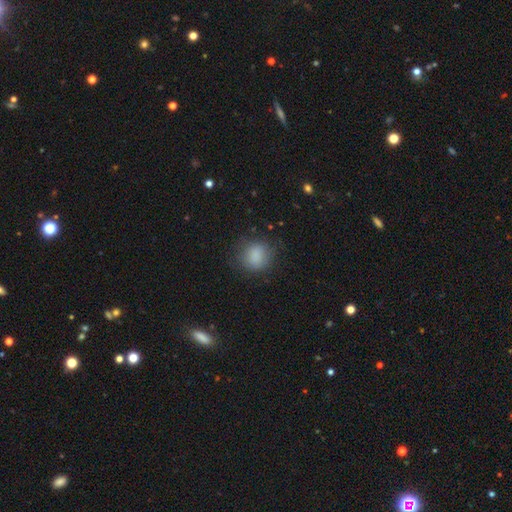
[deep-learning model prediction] Overall: smooth (86%). How rounded: round (78%). Merging: none (76%).